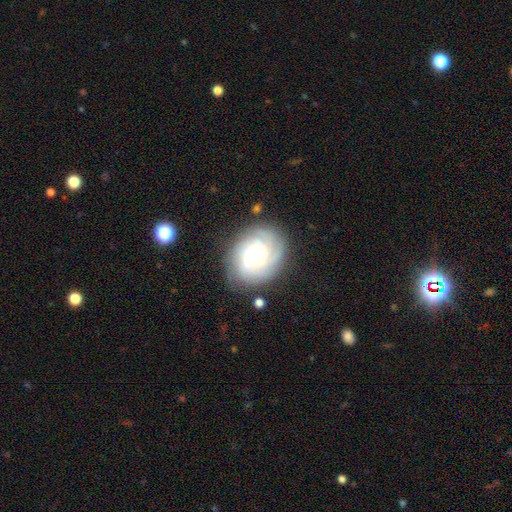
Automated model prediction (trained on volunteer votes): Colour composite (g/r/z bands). It shows a featured or disk galaxy (70%) with no bar (78%), tight (67%) spiral arms (92%) and a moderate central bulge (62%). Merging: none (79%).